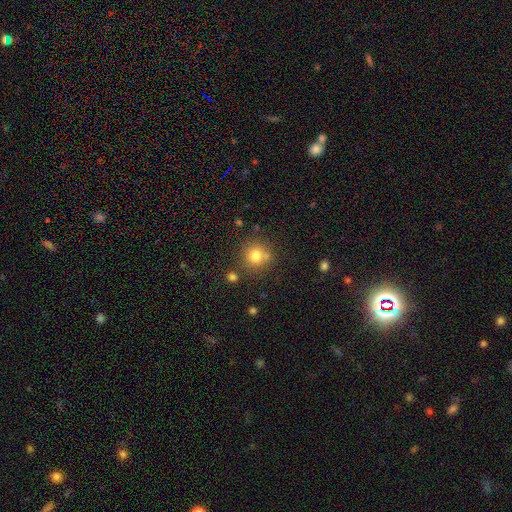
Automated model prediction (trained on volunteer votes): This appears to be a smooth galaxy with no disk features (78%) that is round (92%). Merging: none (74%).